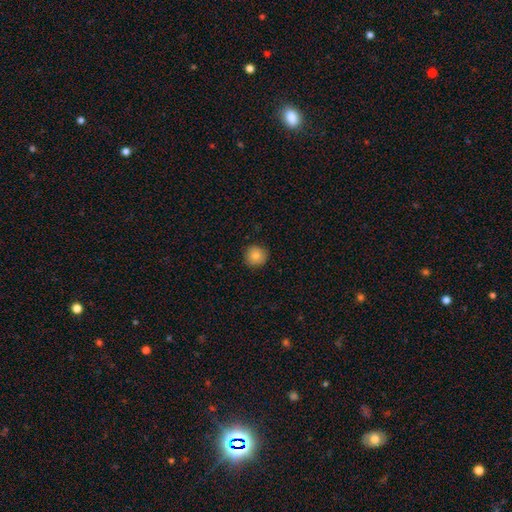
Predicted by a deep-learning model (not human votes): Smooth or featured? Predicted: smooth (p=0.83). How rounded? Predicted: round (p=0.94). Merging? Predicted: none (p=0.90).